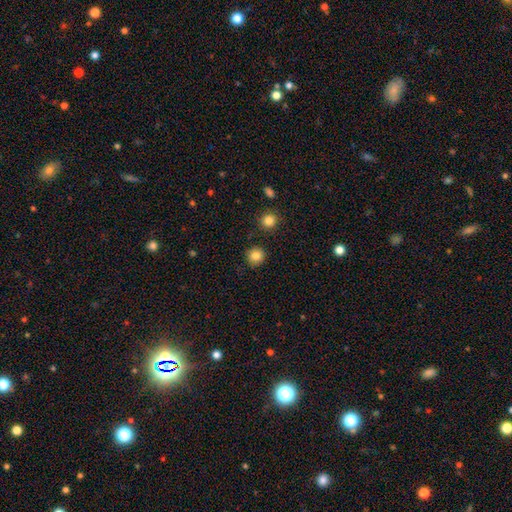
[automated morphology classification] A smooth galaxy with no disk features (84%) that is round (93%). Merging: none (90%).